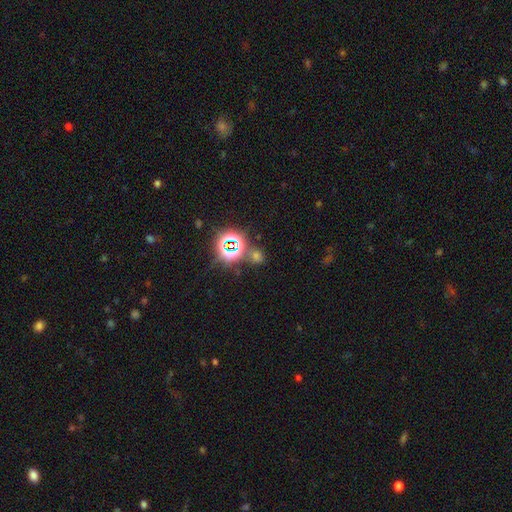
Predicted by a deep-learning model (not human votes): Q: Smooth or featured?
A: star or artifact (57%); runner-up: smooth (35%)